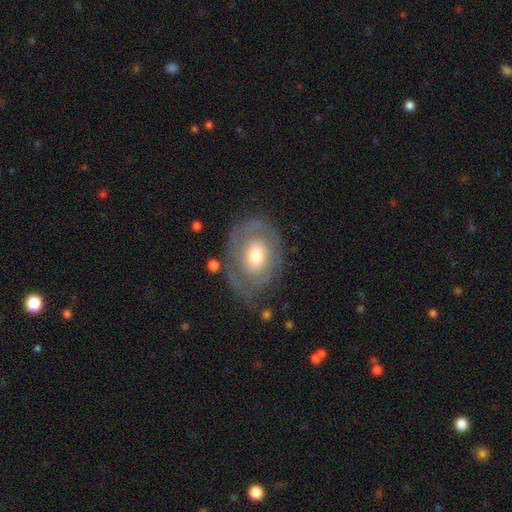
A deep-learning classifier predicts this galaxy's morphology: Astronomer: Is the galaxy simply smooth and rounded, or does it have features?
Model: featured or disk — 70%.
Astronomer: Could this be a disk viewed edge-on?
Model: no — 95%.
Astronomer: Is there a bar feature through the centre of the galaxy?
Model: no — 77%.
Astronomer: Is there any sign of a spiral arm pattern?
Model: yes — 72%.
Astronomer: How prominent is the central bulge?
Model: moderate — 63%.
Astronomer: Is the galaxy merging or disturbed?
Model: none — 66%.